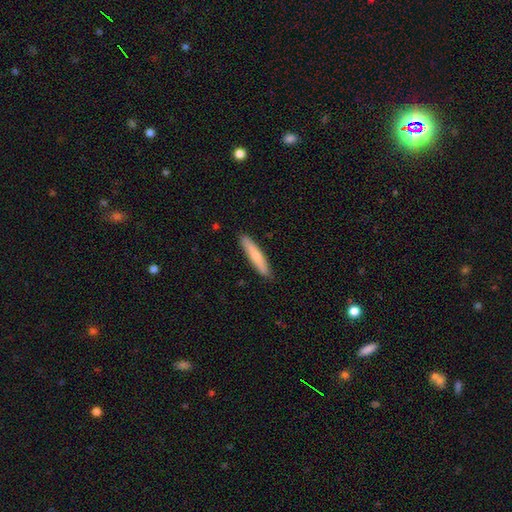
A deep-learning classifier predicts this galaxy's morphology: smooth_or_featured: smooth (p=0.76) [alt: featured or disk p=0.19]
how_rounded: cigar-shaped (p=0.91) [alt: in between p=0.08]
merging: none (p=0.89) [alt: minor disturbance p=0.08]